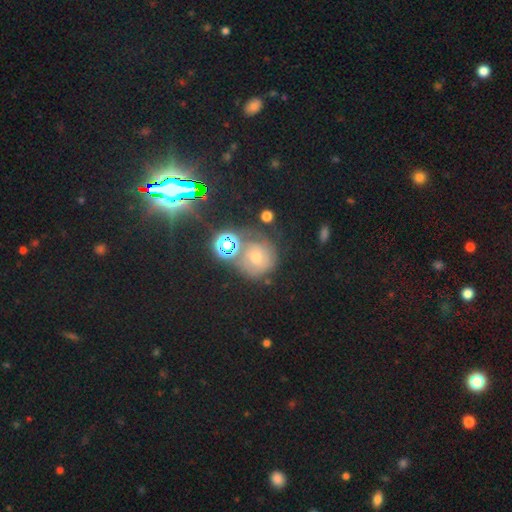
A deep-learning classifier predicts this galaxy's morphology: A star or artifact, not a galaxy (38%).